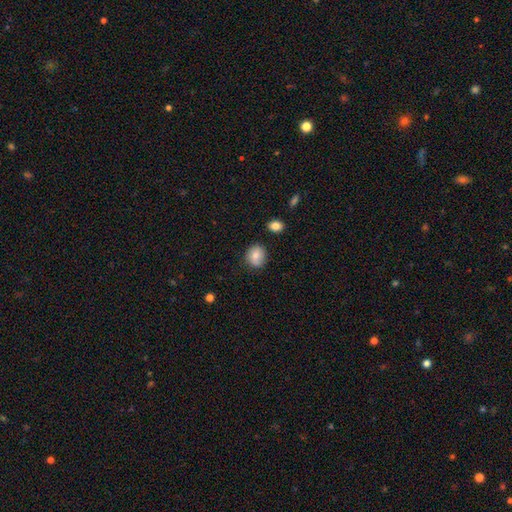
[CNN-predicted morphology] This is likely a smooth galaxy (78%). How rounded: likely round (74%). Merging: likely none (79%).